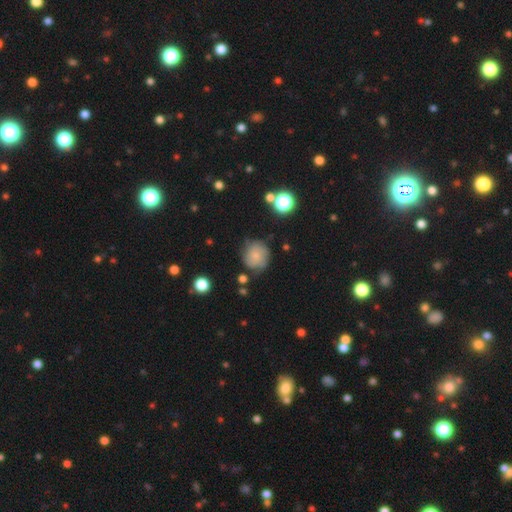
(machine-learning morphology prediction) smooth 60%, featured or disk 30%, star or artifact 11%. Down the decision tree: how rounded — round (87%); merging — none (65%).